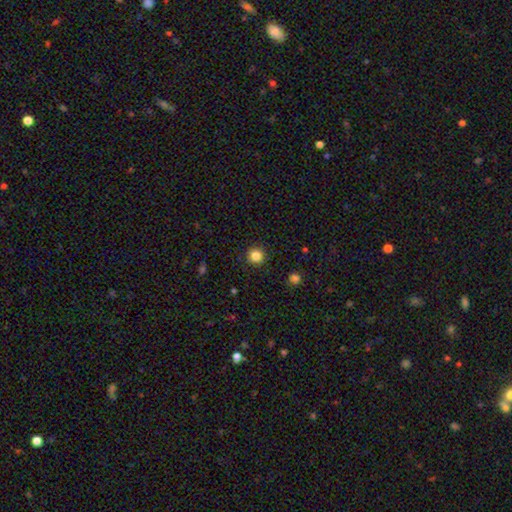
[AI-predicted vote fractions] Morphology: type=smooth (84%); roundness=round (94%); merging=none (91%).